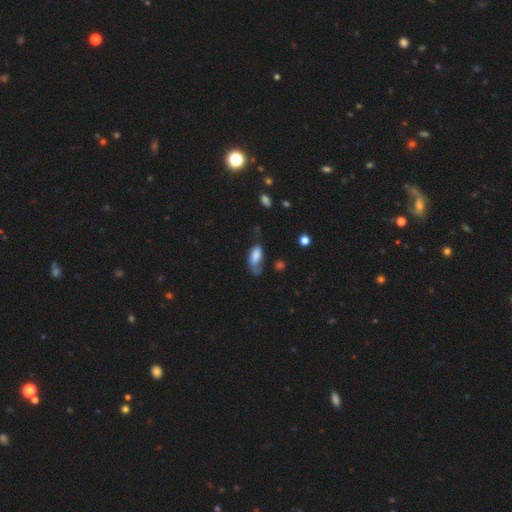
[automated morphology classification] Smooth or featured: smooth — 75% (featured or disk — 17%)
How rounded: in between — 87% (cigar-shaped — 10%)
Merging: minor disturbance — 32% (major disturbance — 31%)